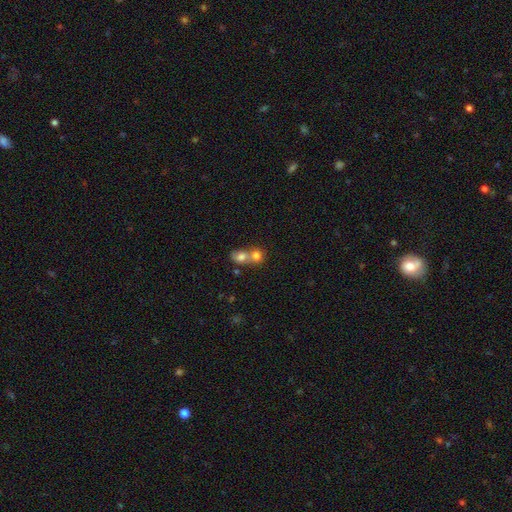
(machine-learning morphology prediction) Q: Smooth or featured?
A: smooth (76%); runner-up: featured or disk (13%)
Q: How rounded?
A: round (72%); runner-up: in between (27%)
Q: Merging?
A: merger (67%); runner-up: none (26%)